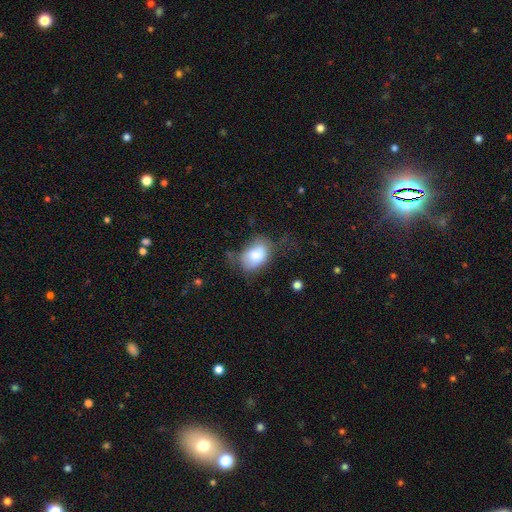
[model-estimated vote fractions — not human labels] smooth_or_featured: smooth (p=0.78) [alt: featured or disk p=0.14]
how_rounded: in between (p=0.81) [alt: round p=0.18]
merging: none (p=0.44) [alt: minor disturbance p=0.33]